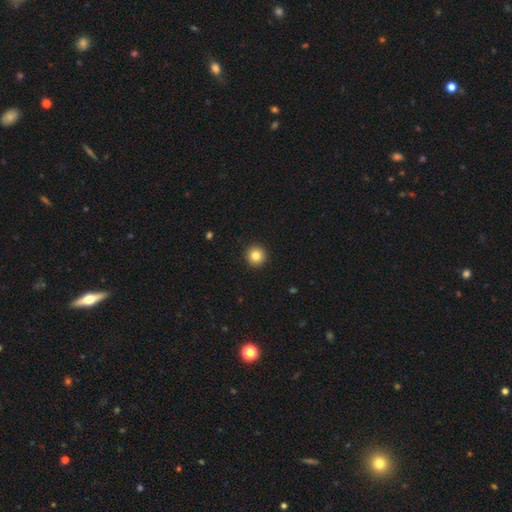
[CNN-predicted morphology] This is clearly a smooth galaxy (85%). How rounded: clearly round (96%). Merging: clearly none (94%).